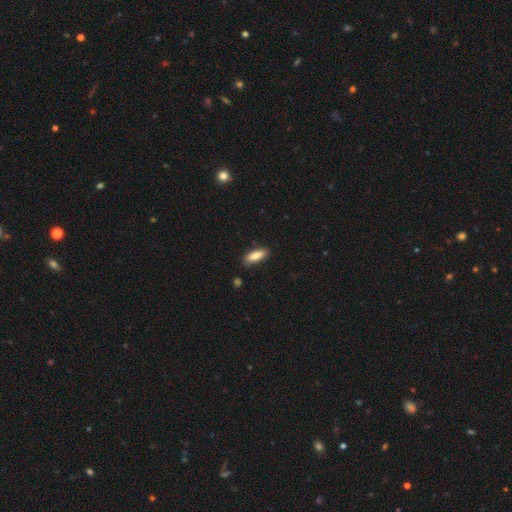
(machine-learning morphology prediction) Overall: smooth (83%). How rounded: in between (68%; cigar-shaped 30%). Merging: none (80%).